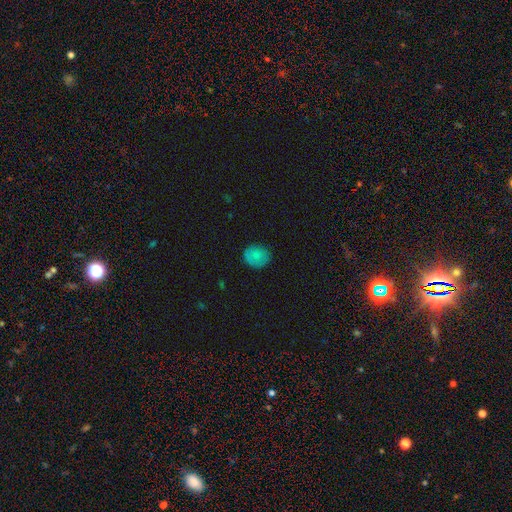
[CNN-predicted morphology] Overall: smooth (76%). How rounded: round (74%). Merging: none (81%).